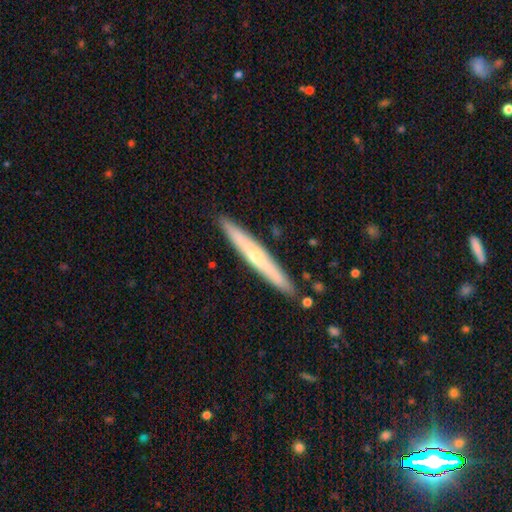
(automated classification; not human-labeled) featured or disk 54%, smooth 41%, star or artifact 5%. Down the decision tree: edge-on disk — yes (94%); edge-on bulge — rounded (62%); merging — none (90%).